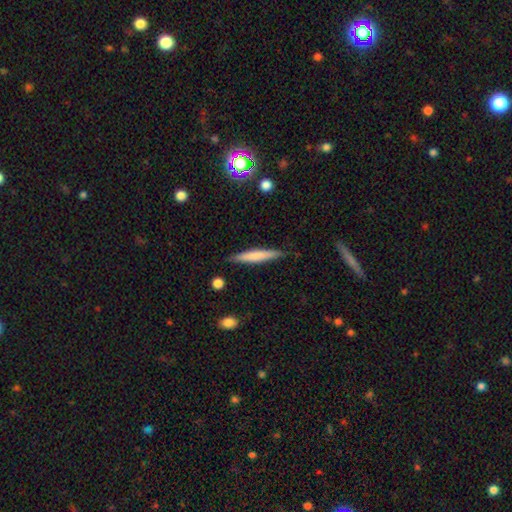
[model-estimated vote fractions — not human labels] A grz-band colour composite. It shows a smooth galaxy with no disk features (64%) that is cigar-shaped (93%). Merging: none (88%).